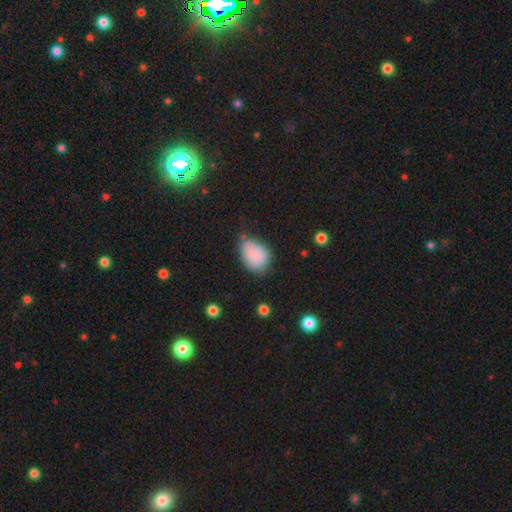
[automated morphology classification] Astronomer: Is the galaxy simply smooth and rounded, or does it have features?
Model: smooth — 84%.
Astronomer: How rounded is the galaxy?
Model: in between — 77%.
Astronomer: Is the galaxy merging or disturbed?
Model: none — 44% (runner-up: minor disturbance, 39%).